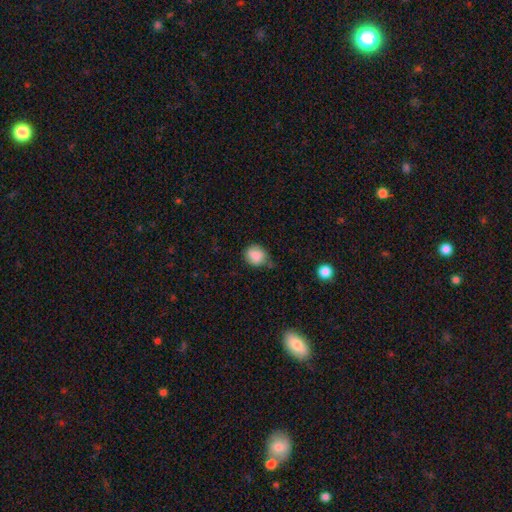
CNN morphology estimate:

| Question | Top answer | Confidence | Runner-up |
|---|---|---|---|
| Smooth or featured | smooth | 85% | star or artifact (8%) |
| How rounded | round | 70% | in between (29%) |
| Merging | none | 55% | minor disturbance (35%) |